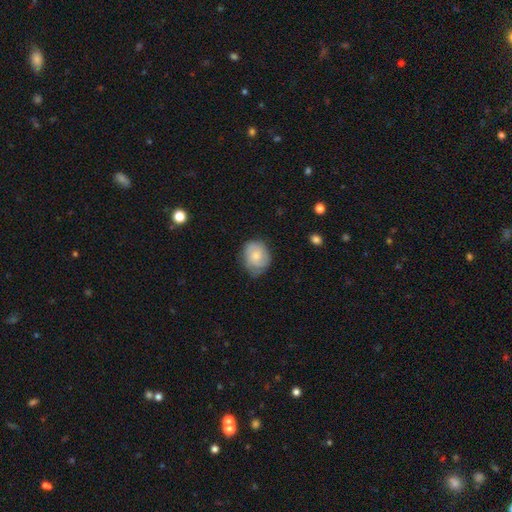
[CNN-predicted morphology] Smooth or featured? Predicted: smooth (p=0.56). How rounded? Predicted: round (p=0.51). Merging? Predicted: none (p=0.62).